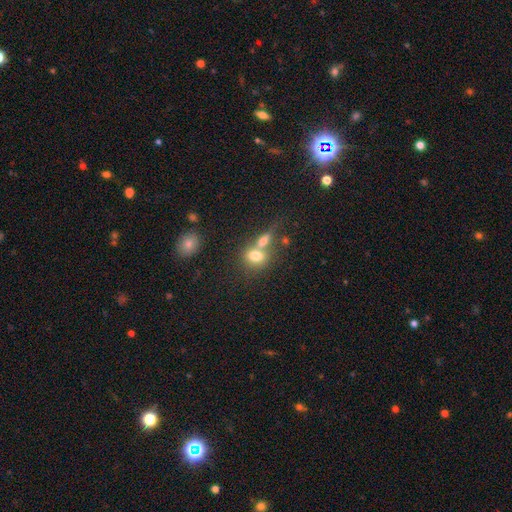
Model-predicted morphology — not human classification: Smooth or featured?
  - smooth: 72% *
  - featured or disk: 17%
  - star or artifact: 11%
How rounded?
  - in between: 53% *
  - round: 44%
  - cigar-shaped: 3%
Merging?
  - merger: 58% *
  - none: 29%
  - minor disturbance: 8%
  - major disturbance: 5%